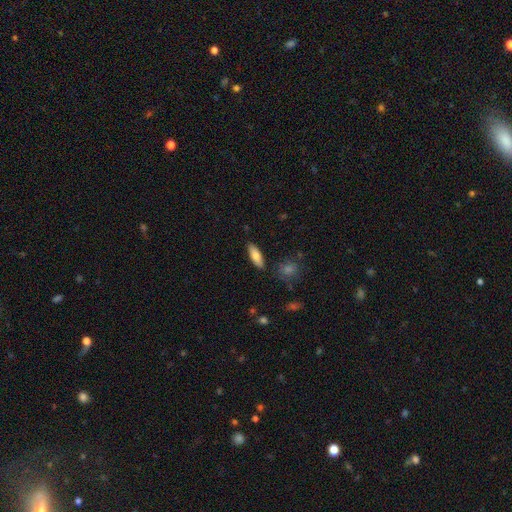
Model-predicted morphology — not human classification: Overall: smooth (77%). How rounded: in between (68%; cigar-shaped 30%). Merging: none (86%).